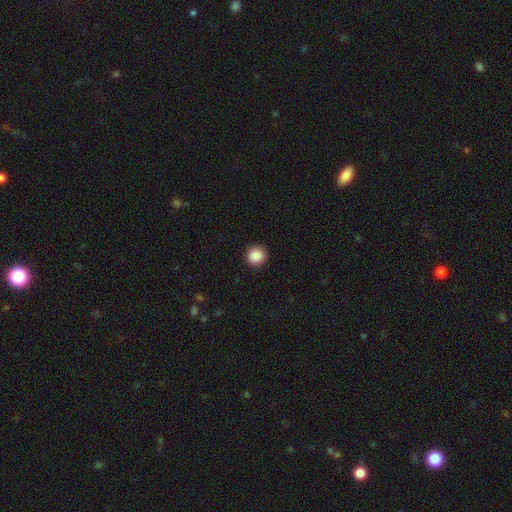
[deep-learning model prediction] This appears to be a smooth galaxy with no disk features (89%) that is round (94%). Merging: none (92%).